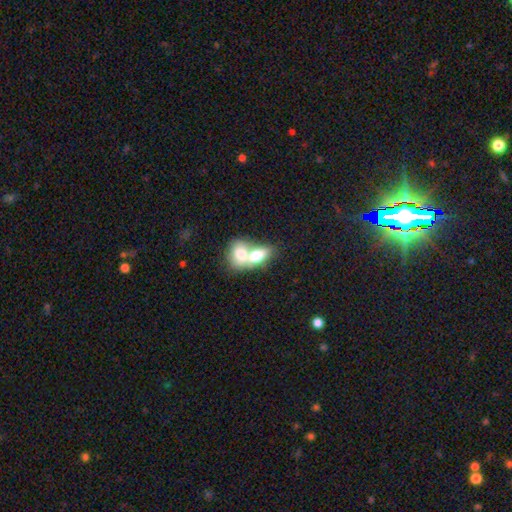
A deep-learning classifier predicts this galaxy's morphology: smooth-or-featured: smooth: 70% | featured or disk: 23% | star or artifact: 7%
  how-rounded: in between: 76% | round: 20% | cigar-shaped: 3%
  merging: merger: 77% | none: 14% | minor disturbance: 5% | major disturbance: 4%